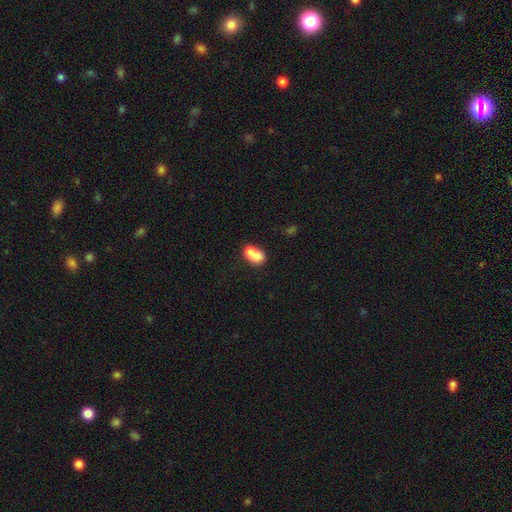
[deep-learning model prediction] A smooth galaxy with no disk features (75%) that is in between round and cigar-shaped (79%).

Vote fractions:
- Smooth or featured? smooth: 75% / featured or disk: 16% / star or artifact: 9%
- How rounded? in between: 79% / round: 15% / cigar-shaped: 6%
- Merging? merger: 51% / none: 30% / minor disturbance: 13% / major disturbance: 6%